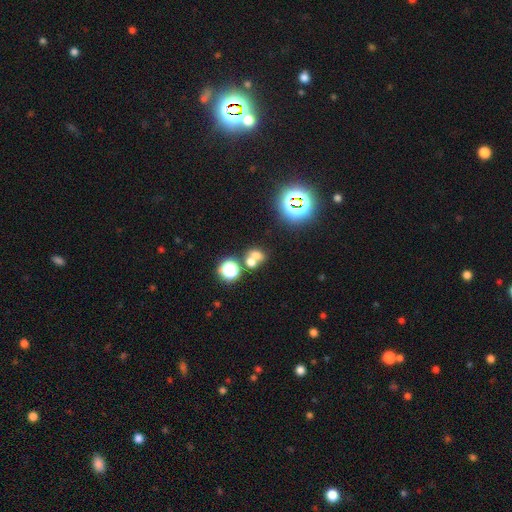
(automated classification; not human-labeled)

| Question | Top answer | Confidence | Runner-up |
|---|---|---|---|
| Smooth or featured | smooth | 58% | star or artifact (27%) |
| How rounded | round | 57% | in between (41%) |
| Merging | merger | 53% | none (35%) |